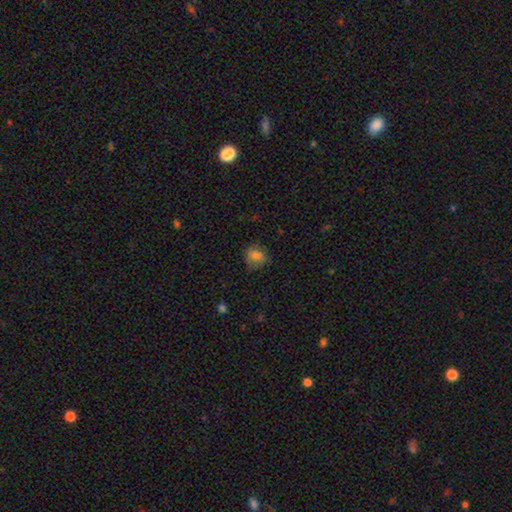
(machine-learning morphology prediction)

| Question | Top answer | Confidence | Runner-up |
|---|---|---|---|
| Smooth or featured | smooth | 79% | star or artifact (11%) |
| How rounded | round | 72% | in between (27%) |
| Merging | none | 66% | minor disturbance (25%) |